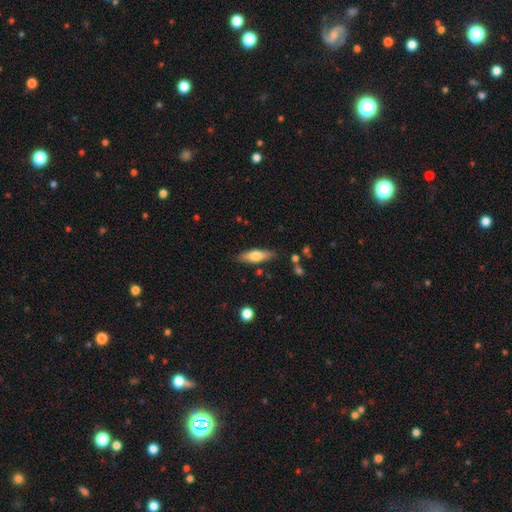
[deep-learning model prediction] Smooth or featured?
  - smooth: 65% *
  - featured or disk: 28%
  - star or artifact: 6%
How rounded?
  - cigar-shaped: 49% * (tied)
  - in between: 49% * (tied)
  - round: 2%
Merging?
  - none: 83% *
  - minor disturbance: 12%
  - major disturbance: 3%
  - merger: 3%